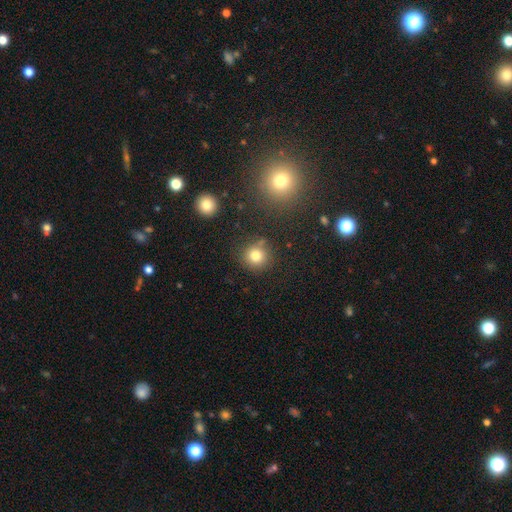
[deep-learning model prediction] Q: Smooth or featured?
A: smooth (79%); runner-up: star or artifact (13%)
Q: How rounded?
A: round (92%); runner-up: in between (7%)
Q: Merging?
A: none (81%); runner-up: minor disturbance (10%)